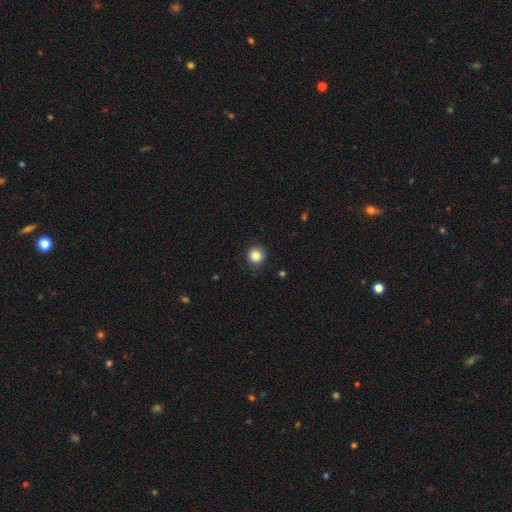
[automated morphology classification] Smooth or featured? smooth (85%)
How rounded? round (93%)
Merging? none (88%)